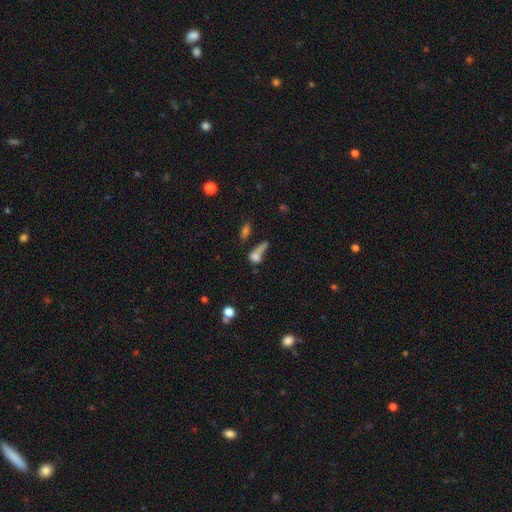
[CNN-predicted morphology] The model was most divided on "merging": merger: 40%, none: 27%, major disturbance: 20%, minor disturbance: 13%. More confident: smooth or featured — smooth (67%); how rounded — in between (54%).